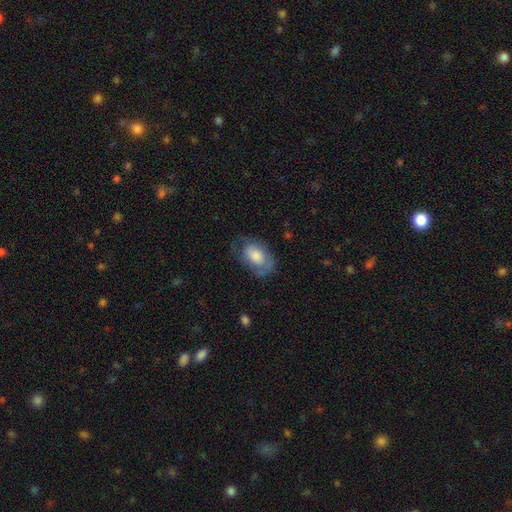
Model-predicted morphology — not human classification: Smooth or featured: smooth — 60% (featured or disk — 33%)
How rounded: in between — 87% (round — 11%)
Merging: none — 58% (minor disturbance — 26%)